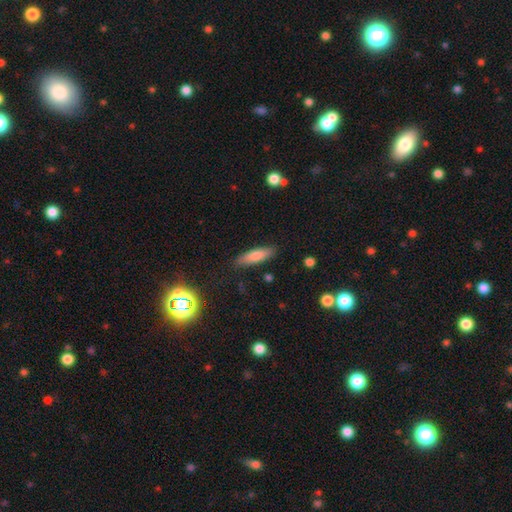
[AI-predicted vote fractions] Smooth or featured: smooth — 73% (featured or disk — 18%)
How rounded: cigar-shaped — 63% (in between — 35%)
Merging: none — 85% (minor disturbance — 10%)